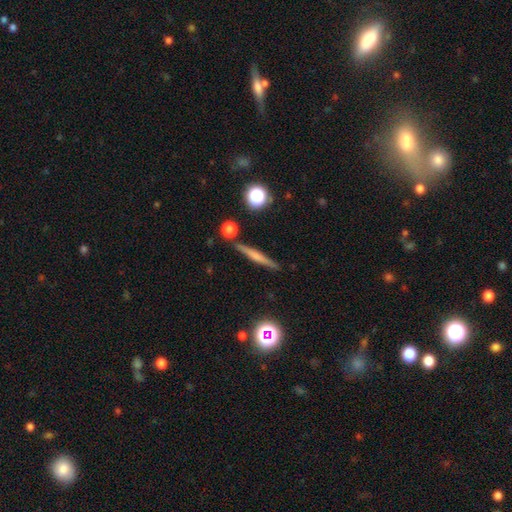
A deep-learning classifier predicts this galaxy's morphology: Q: Smooth or featured?
A: featured or disk (47%); runner-up: smooth (44%)
Q: Merging?
A: none (88%); runner-up: minor disturbance (8%)